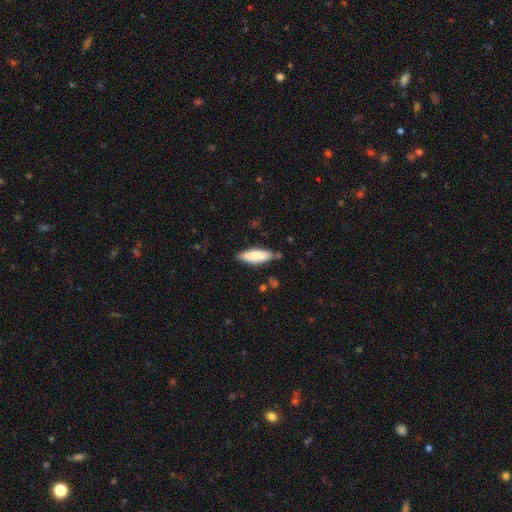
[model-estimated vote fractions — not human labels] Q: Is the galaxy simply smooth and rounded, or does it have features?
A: smooth — 82%.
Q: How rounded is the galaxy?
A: in between — 64%.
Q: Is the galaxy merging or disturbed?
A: none — 79%.